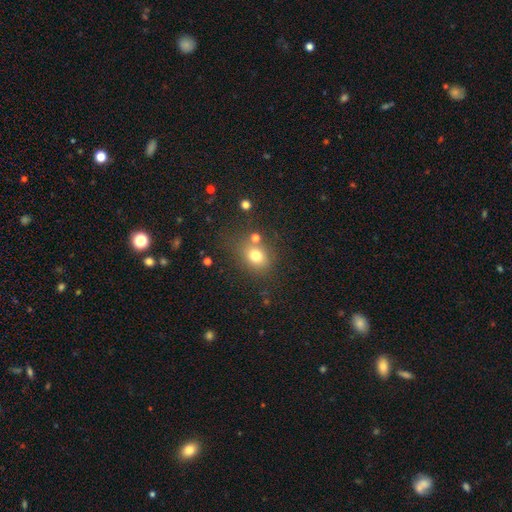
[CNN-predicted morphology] Smooth or featured? Predicted: smooth (p=0.75). How rounded? Predicted: round (p=0.56). Merging? Predicted: none (p=0.68).